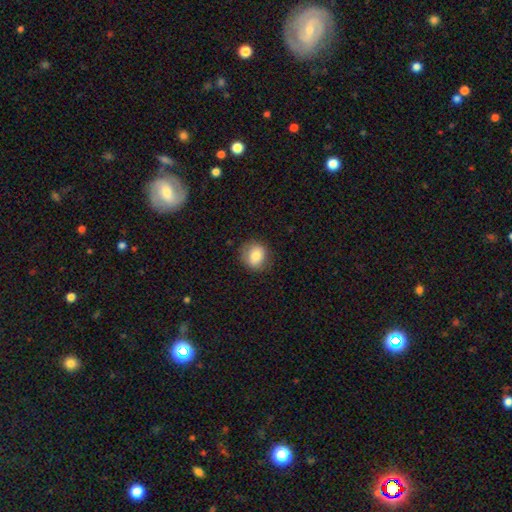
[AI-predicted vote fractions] The model was most divided on "how rounded": round: 74%, in between: 25%, cigar-shaped: 1%. More confident: merging — none (81%); smooth or featured — smooth (80%).